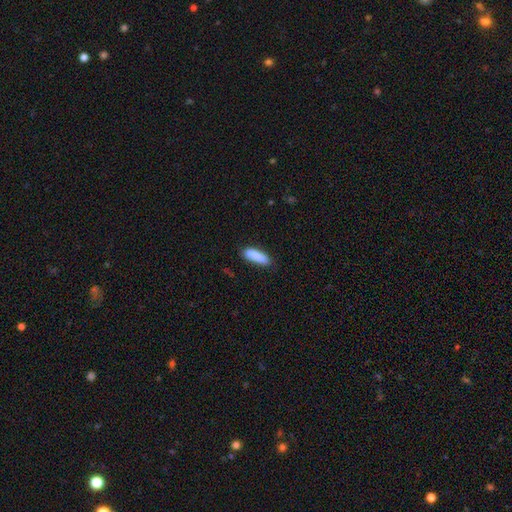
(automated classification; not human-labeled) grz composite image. It shows a smooth galaxy with no disk features (89%) that is cigar-shaped (54%). Merging: none (82%).